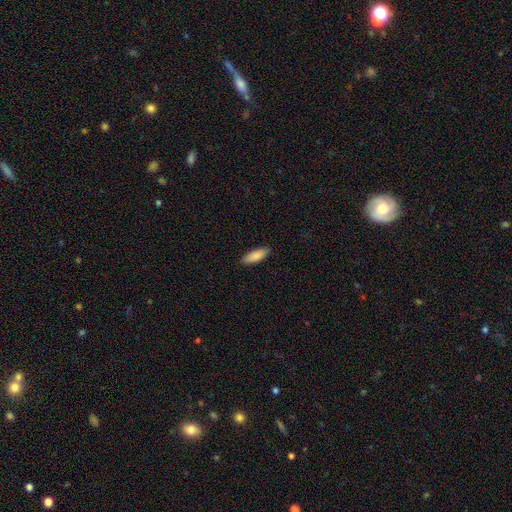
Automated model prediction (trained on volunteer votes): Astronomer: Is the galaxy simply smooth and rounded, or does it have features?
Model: smooth — 87%.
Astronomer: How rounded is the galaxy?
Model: in between — 66%.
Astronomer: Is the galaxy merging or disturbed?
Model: none — 89%.